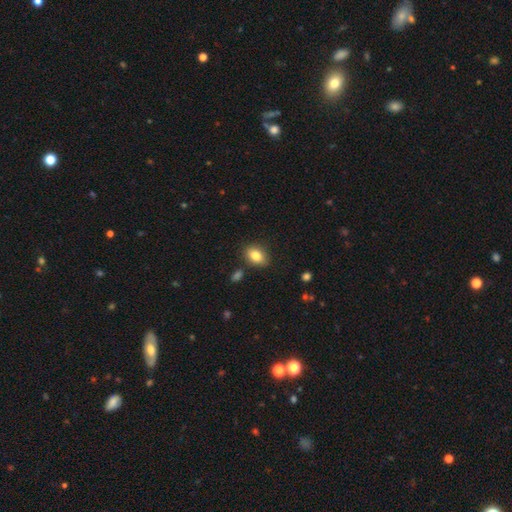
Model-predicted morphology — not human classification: Overall: smooth (82%). How rounded: in between (77%). Merging: none (83%).